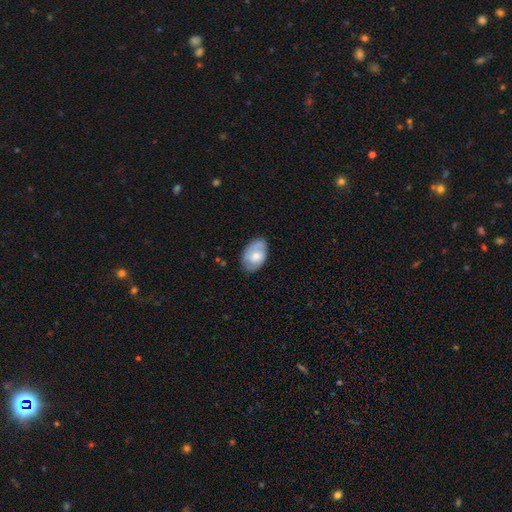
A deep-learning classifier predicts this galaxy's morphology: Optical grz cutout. It shows a smooth galaxy with no disk features (49%). Merging: none (70%).